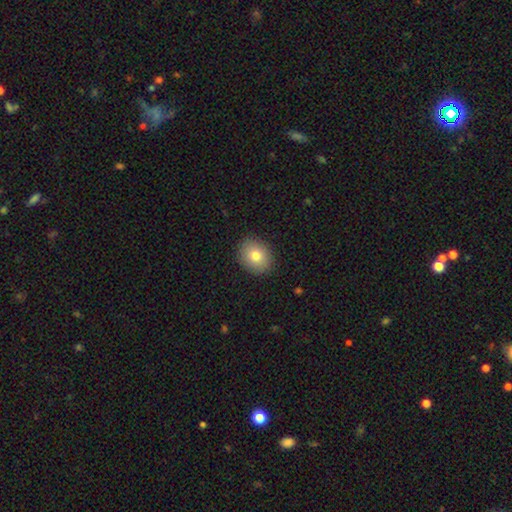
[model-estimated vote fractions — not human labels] The model was most divided on "how rounded": round: 59%, in between: 40%, cigar-shaped: 1%. More confident: merging — none (89%); smooth or featured — smooth (78%).